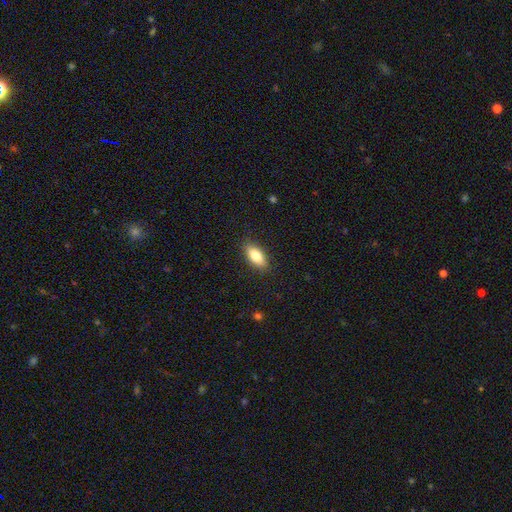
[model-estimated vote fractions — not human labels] This is clearly a smooth galaxy (82%). How rounded: clearly in between (86%). Merging: clearly none (87%).